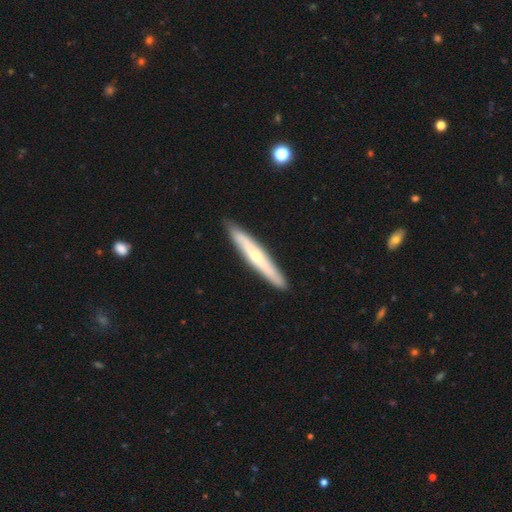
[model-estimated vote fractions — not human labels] Smooth or featured? Predicted: featured or disk (p=0.54). Edge-on disk? Predicted: yes (p=0.88). Merging? Predicted: none (p=0.89).